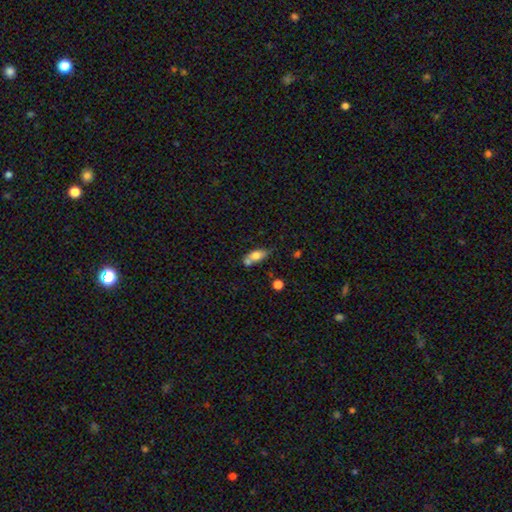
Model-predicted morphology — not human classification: Overall: smooth (71%). How rounded: in between (80%). Merging: none (41%; merger 36%).